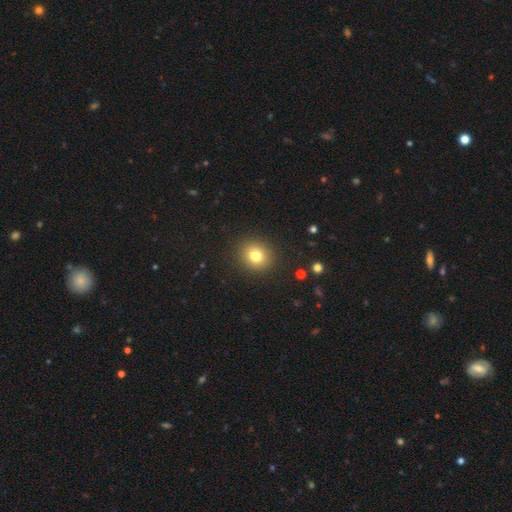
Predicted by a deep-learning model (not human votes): smooth_or_featured: smooth (p=0.79) [alt: star or artifact p=0.12]
how_rounded: round (p=0.79) [alt: in between p=0.21]
merging: none (p=0.90) [alt: minor disturbance p=0.06]